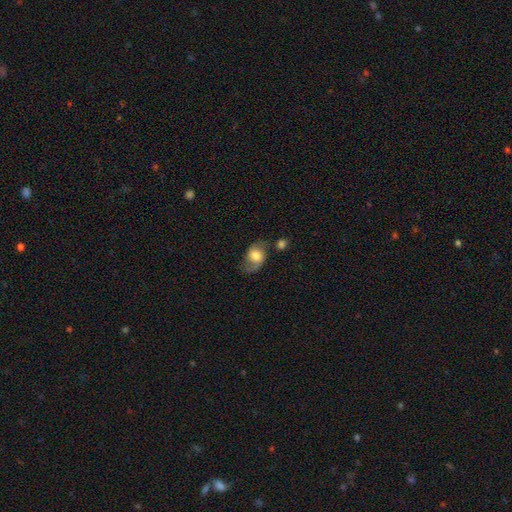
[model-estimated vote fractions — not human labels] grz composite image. It shows a smooth galaxy with no disk features (58%) that is in between round and cigar-shaped (70%). Merging: none (49%).